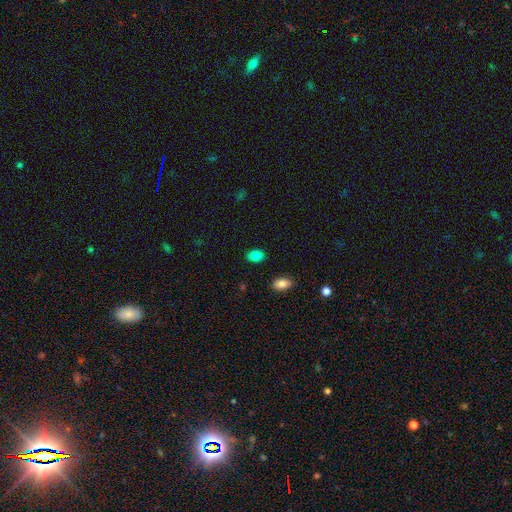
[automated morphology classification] Smooth or featured: smooth — 87% (star or artifact — 9%)
How rounded: in between — 80% (round — 18%)
Merging: none — 87% (minor disturbance — 9%)